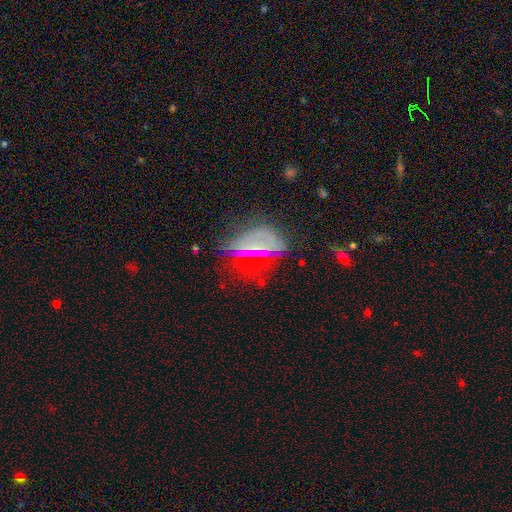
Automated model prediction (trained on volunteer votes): Overall: star or artifact (40%; smooth 33%).